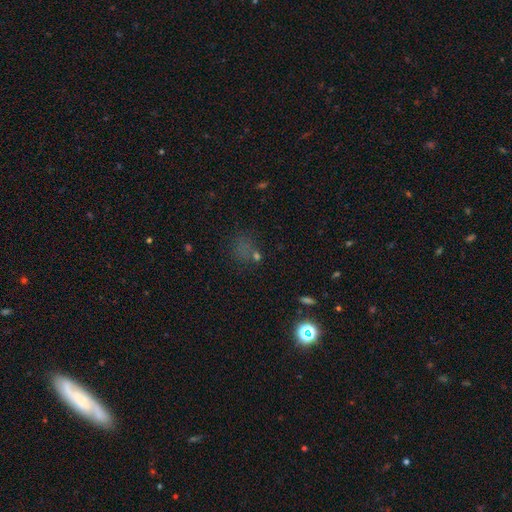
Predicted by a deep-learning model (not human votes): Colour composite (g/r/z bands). It shows a smooth galaxy with no disk features (47%). Merging: none (59%).